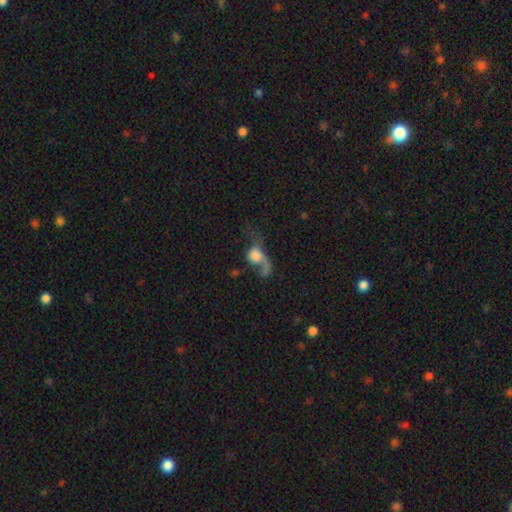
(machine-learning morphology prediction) Q: Smooth or featured?
A: smooth (57%); runner-up: featured or disk (31%)
Q: How rounded?
A: round (53%); runner-up: in between (43%)
Q: Merging?
A: major disturbance (52%); runner-up: none (19%)